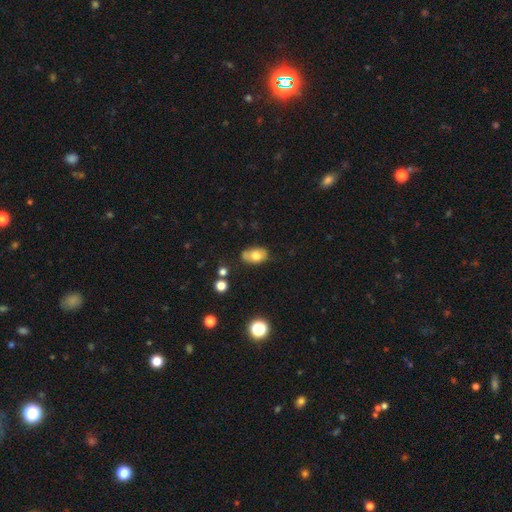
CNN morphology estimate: Overall: smooth (73%). How rounded: in between (88%). Merging: none (66%).